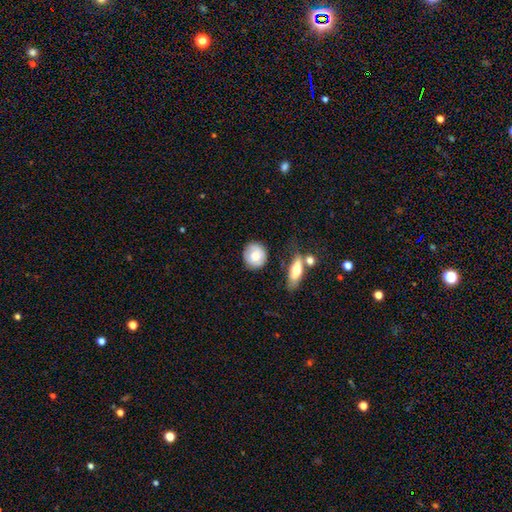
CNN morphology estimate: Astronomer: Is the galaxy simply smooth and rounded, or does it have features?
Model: smooth — 70%.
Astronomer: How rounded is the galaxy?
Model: round — 83%.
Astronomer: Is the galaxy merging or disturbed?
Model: none — 75%.